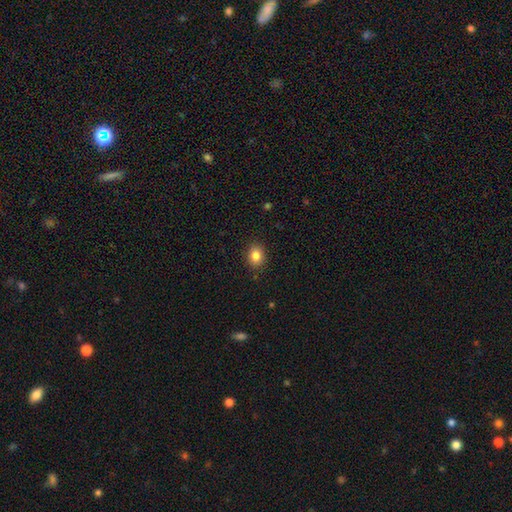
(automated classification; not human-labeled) This appears to be a smooth galaxy with no disk features (84%) that is round (54%). Merging: none (89%).